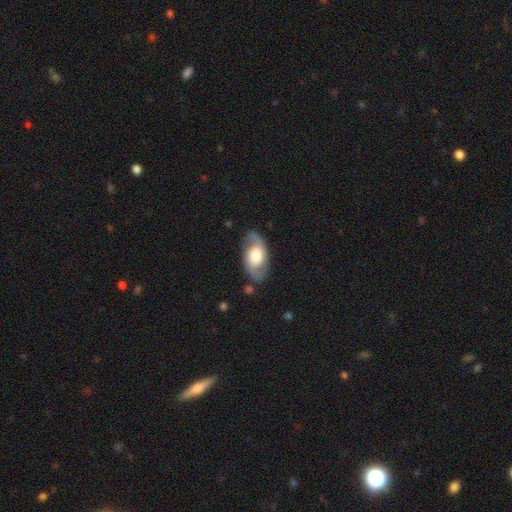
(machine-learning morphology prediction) smooth_or_featured: featured or disk (p=0.69) [alt: smooth p=0.26]
disk_edge_on: no (p=0.93) [alt: yes p=0.07]
bar: no (p=0.65) [alt: weak p=0.27]
has_spiral_arms: yes (p=0.83) [alt: no p=0.17]
spiral_winding: medium (p=0.46) [alt: loose p=0.36]
spiral_arm_count: 2 (p=0.90) [alt: can't tell p=0.05]
bulge_size: large (p=0.50) [alt: moderate p=0.32]
merging: none (p=0.79) [alt: minor disturbance p=0.14]